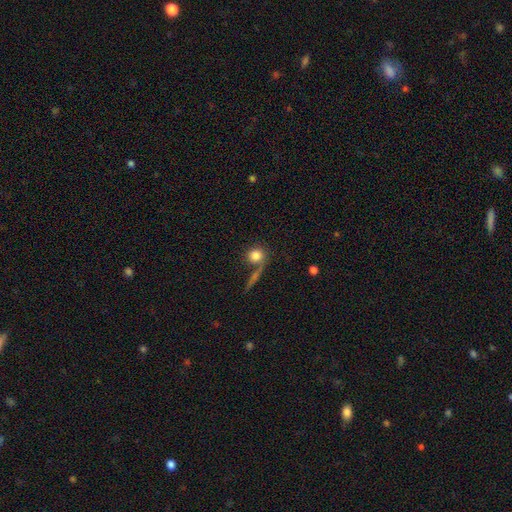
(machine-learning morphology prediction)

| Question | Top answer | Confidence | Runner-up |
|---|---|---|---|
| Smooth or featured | smooth | 79% | featured or disk (11%) |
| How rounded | round | 84% | in between (13%) |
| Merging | none | 57% | merger (23%) |